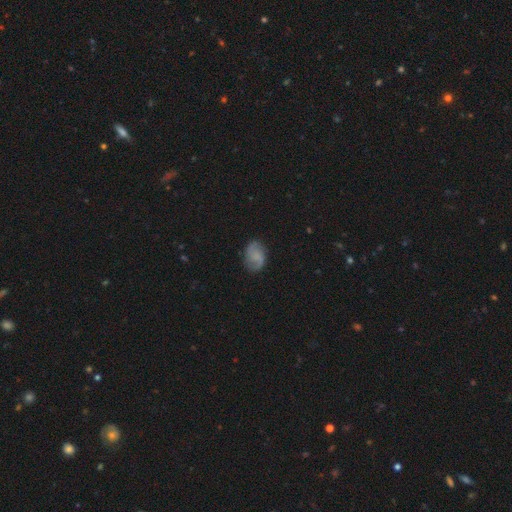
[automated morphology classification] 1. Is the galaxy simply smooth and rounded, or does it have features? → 49% featured or disk, 43% smooth, 8% star or artifact.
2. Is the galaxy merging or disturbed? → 78% none, 16% minor disturbance, 5% major disturbance, 1% merger.